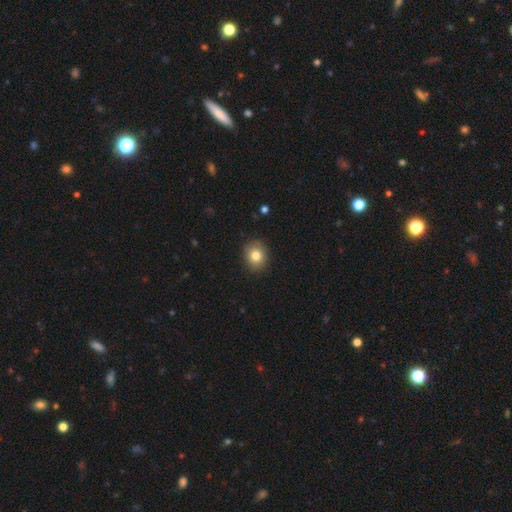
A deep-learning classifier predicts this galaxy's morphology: A smooth galaxy with no disk features (82%) that is round (72%). Merging: none (88%).